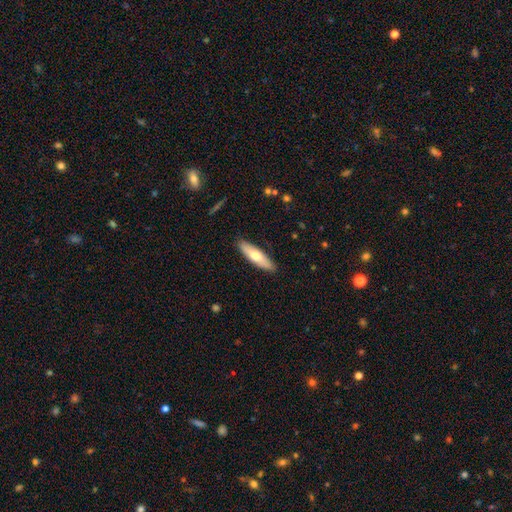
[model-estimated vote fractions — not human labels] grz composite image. It shows a smooth galaxy with no disk features (63%) that is cigar-shaped (56%). Merging: none (89%).